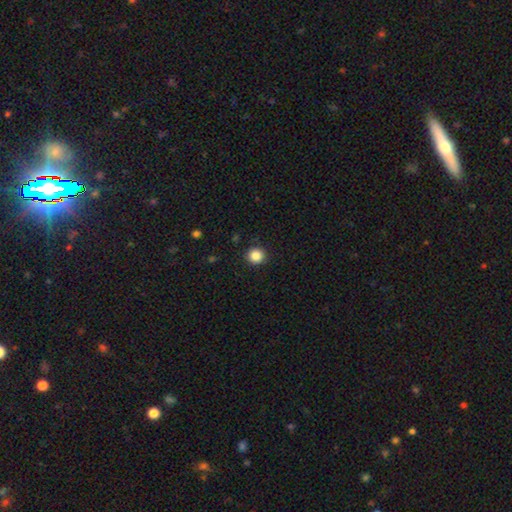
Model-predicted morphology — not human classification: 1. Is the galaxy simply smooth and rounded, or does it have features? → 86% smooth, 11% star or artifact, 4% featured or disk.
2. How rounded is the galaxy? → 92% round, 7% in between, 1% cigar-shaped.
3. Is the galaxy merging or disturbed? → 91% none, 6% minor disturbance, 2% major disturbance, 1% merger.